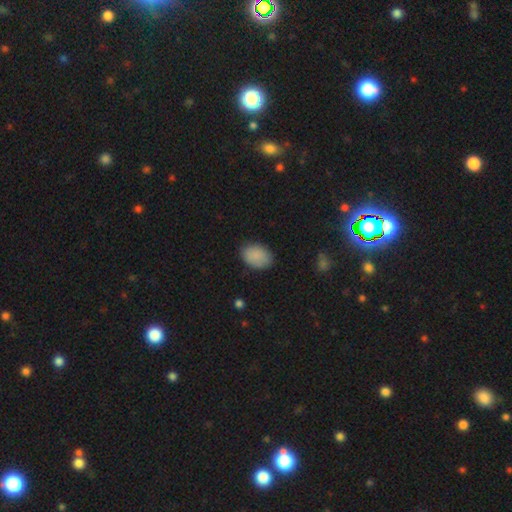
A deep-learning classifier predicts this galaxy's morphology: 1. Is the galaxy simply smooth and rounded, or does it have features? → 87% smooth, 7% star or artifact, 5% featured or disk.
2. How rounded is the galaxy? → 82% in between, 17% round, 1% cigar-shaped.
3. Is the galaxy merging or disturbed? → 82% none, 14% minor disturbance, 3% major disturbance, 1% merger.